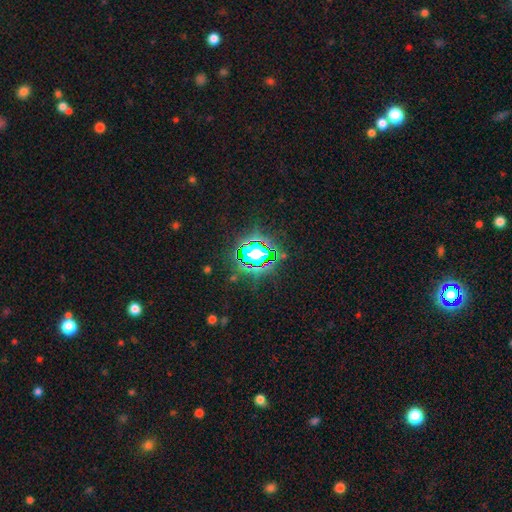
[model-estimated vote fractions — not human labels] The model was most divided on "smooth or featured": star or artifact: 79%, smooth: 12%, featured or disk: 9%.